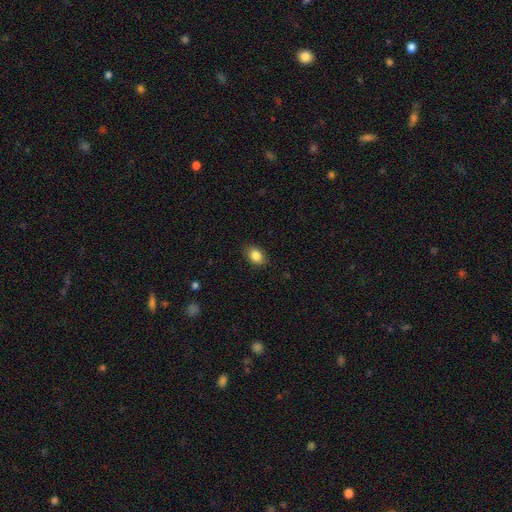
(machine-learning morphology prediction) Smooth or featured?
  - smooth: 86% *
  - star or artifact: 9%
  - featured or disk: 6%
How rounded?
  - in between: 73% *
  - round: 26%
  - cigar-shaped: 1%
Merging?
  - none: 86% *
  - minor disturbance: 10%
  - major disturbance: 2%
  - merger: 1%